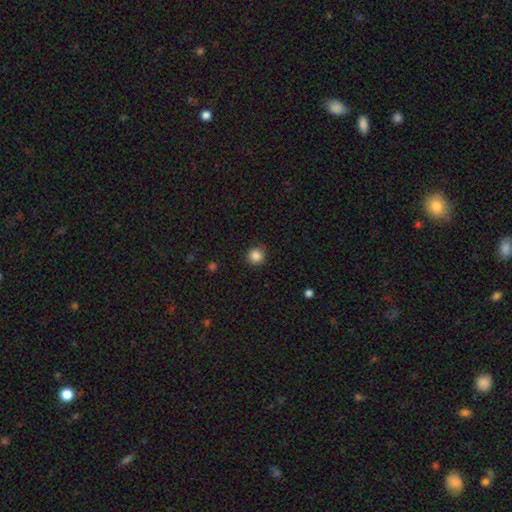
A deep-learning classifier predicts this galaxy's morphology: Smooth or featured? Predicted: smooth (p=0.86). How rounded? Predicted: round (p=0.93). Merging? Predicted: none (p=0.89).